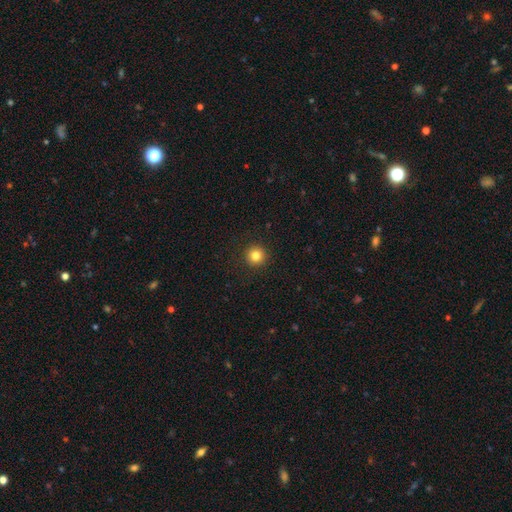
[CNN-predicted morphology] smooth_or_featured: smooth (p=0.82) [alt: star or artifact p=0.12]
how_rounded: round (p=0.96) [alt: in between p=0.03]
merging: none (p=0.93) [alt: minor disturbance p=0.04]